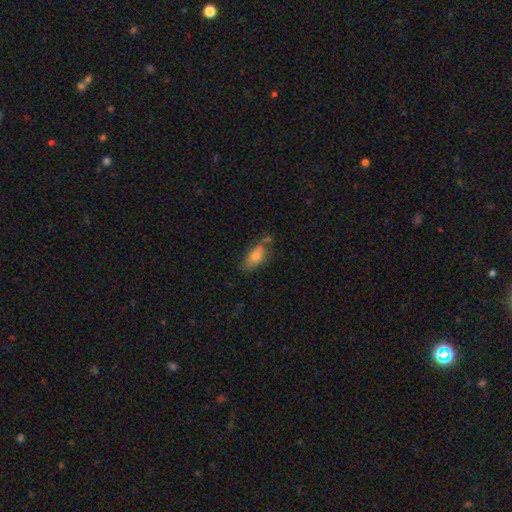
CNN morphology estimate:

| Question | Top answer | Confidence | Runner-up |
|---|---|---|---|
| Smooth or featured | smooth | 72% | featured or disk (19%) |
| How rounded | in between | 86% | cigar-shaped (10%) |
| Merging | none | 54% | minor disturbance (25%) |